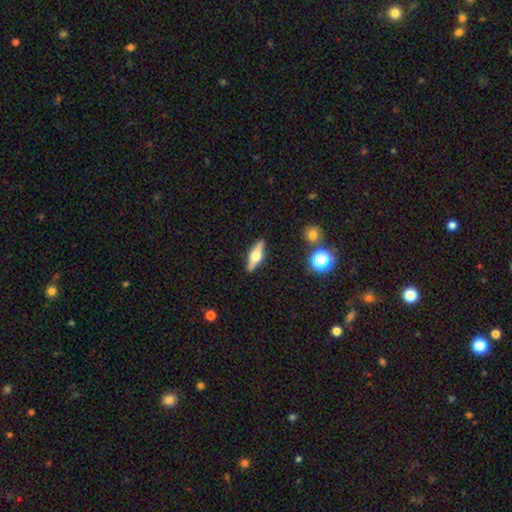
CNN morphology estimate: This appears to be a featured or disk galaxy (64%) viewed edge-on (95%) with a rounded central bulge (94%). Merging: none (89%).